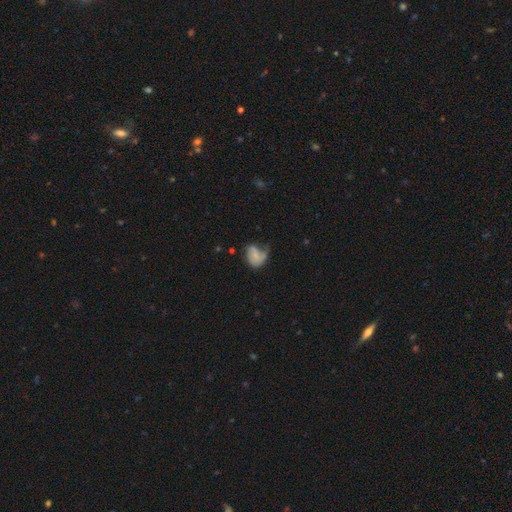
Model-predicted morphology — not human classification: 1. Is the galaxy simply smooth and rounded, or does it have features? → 50% featured or disk, 41% smooth, 9% star or artifact.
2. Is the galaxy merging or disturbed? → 37% major disturbance, 30% none, 27% minor disturbance, 6% merger.